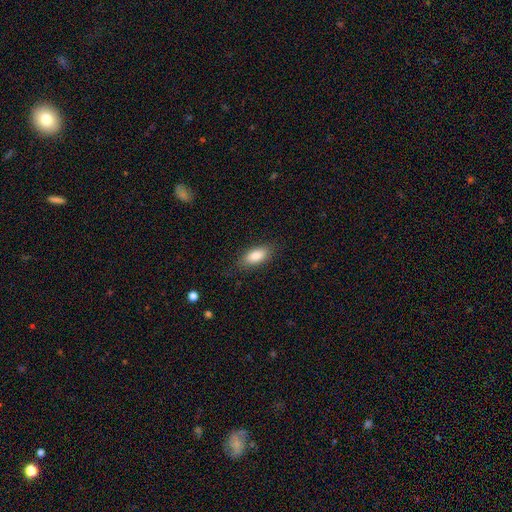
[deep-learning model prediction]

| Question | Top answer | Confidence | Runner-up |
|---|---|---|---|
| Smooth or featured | smooth | 85% | featured or disk (8%) |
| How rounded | in between | 86% | cigar-shaped (11%) |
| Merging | none | 83% | minor disturbance (13%) |